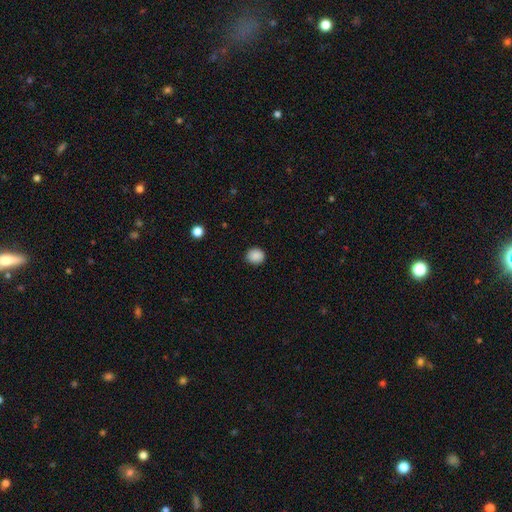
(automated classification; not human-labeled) The model was most divided on "how rounded": round: 85%, in between: 14%, cigar-shaped: 1%. More confident: merging — none (90%); smooth or featured — smooth (88%).